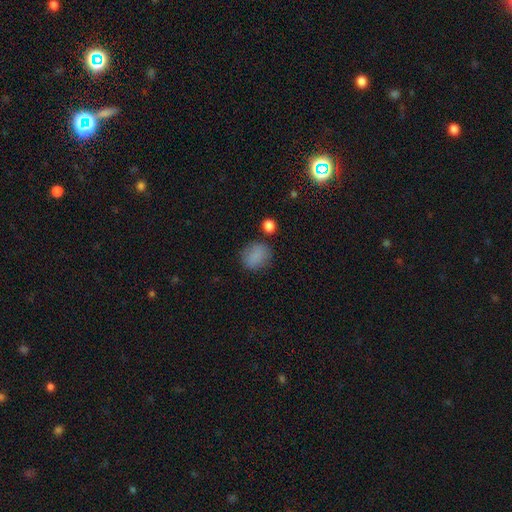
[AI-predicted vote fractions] This is clearly a smooth galaxy (83%). How rounded: likely round (64%). Merging: likely none (74%).